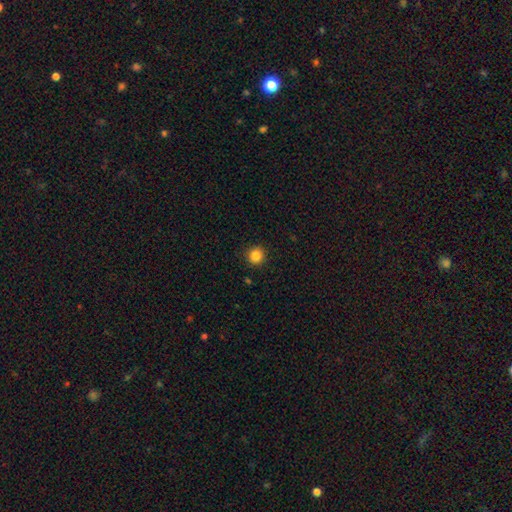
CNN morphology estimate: smooth 86%, star or artifact 11%, featured or disk 3%. Down the decision tree: how rounded — round (94%); merging — none (92%).